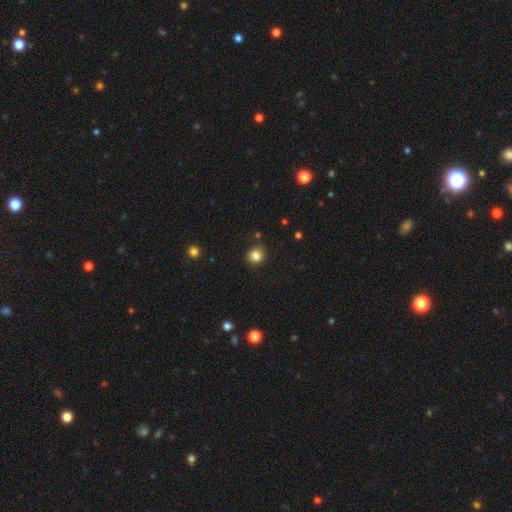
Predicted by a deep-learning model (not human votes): Overall: smooth (83%). How rounded: round (85%). Merging: none (85%).